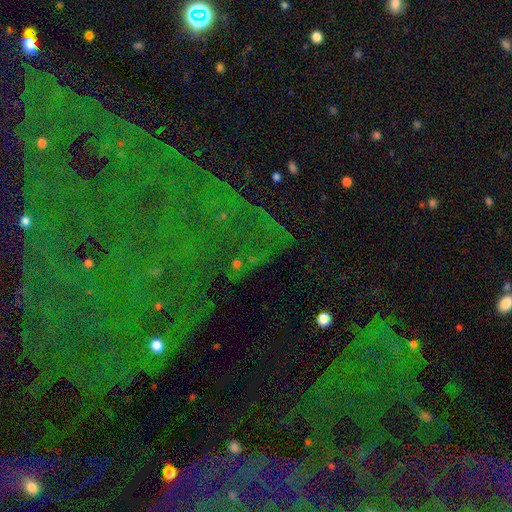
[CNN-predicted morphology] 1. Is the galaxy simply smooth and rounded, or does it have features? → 79% star or artifact, 11% featured or disk, 10% smooth.